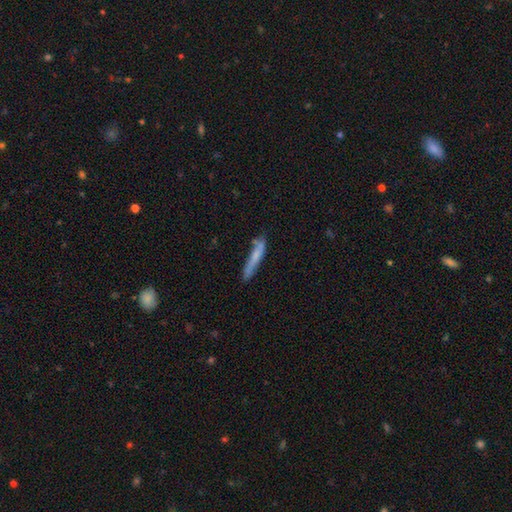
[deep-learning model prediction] Overall: smooth (57%; featured or disk 35%). How rounded: cigar-shaped (93%). Merging: none (64%; minor disturbance 24%).